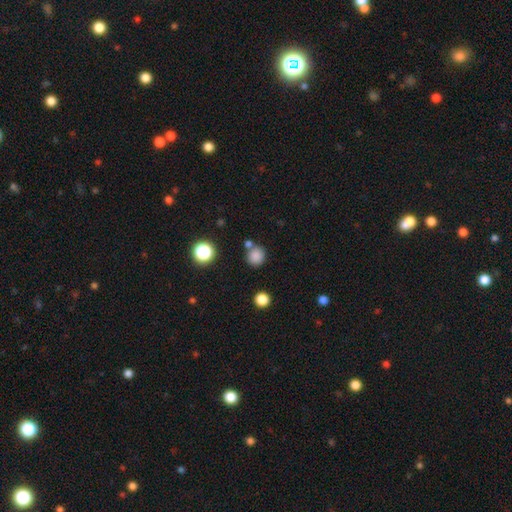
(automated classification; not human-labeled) Smooth or featured?
  - smooth: 83% *
  - star or artifact: 13%
  - featured or disk: 4%
How rounded?
  - round: 89% *
  - in between: 10%
  - cigar-shaped: 1%
Merging?
  - none: 72% *
  - merger: 14%
  - minor disturbance: 10%
  - major disturbance: 3%